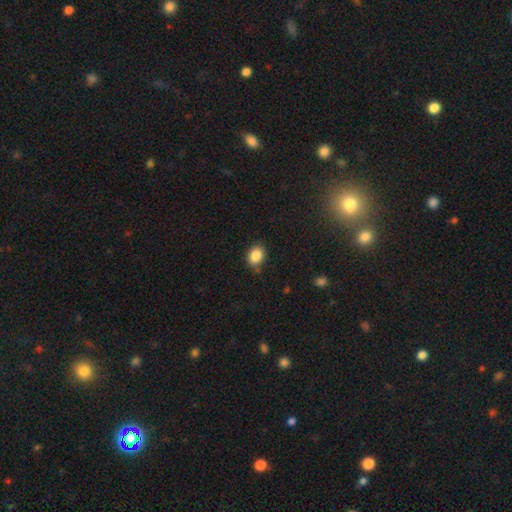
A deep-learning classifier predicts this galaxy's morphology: A smooth galaxy with no disk features (86%) that is round (51%). Merging: none (72%).